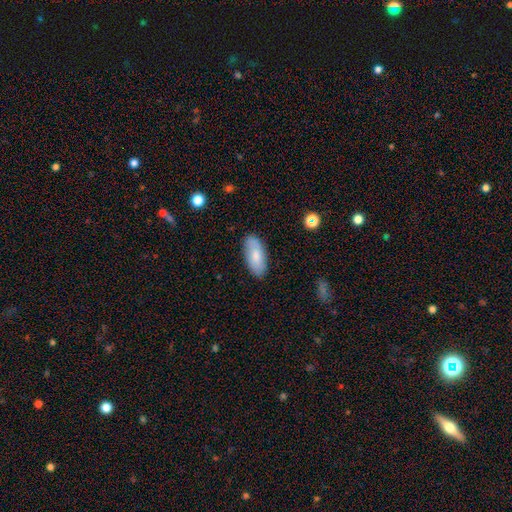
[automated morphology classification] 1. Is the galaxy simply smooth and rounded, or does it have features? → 77% smooth, 16% featured or disk, 6% star or artifact.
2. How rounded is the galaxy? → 89% in between, 9% cigar-shaped, 2% round.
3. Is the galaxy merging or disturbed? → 85% none, 12% minor disturbance, 2% major disturbance, 1% merger.